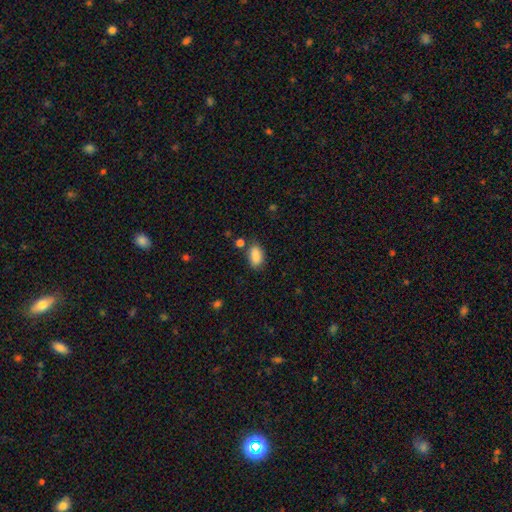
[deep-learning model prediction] Morphology: type=smooth (87%); roundness=in between (91%); merging=none (73%).